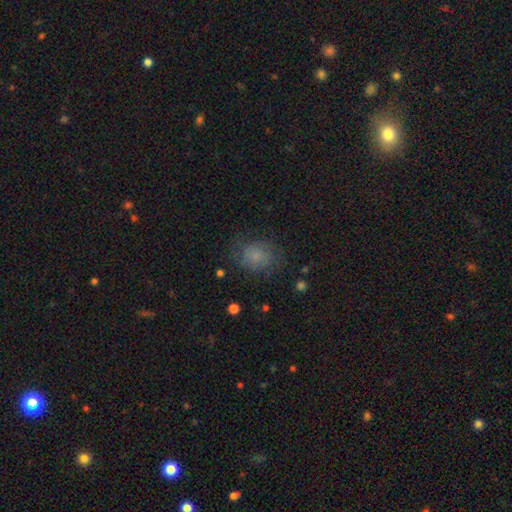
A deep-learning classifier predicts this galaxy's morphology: Smooth or featured? smooth (69%)
How rounded? round (61%)
Merging? none (69%)